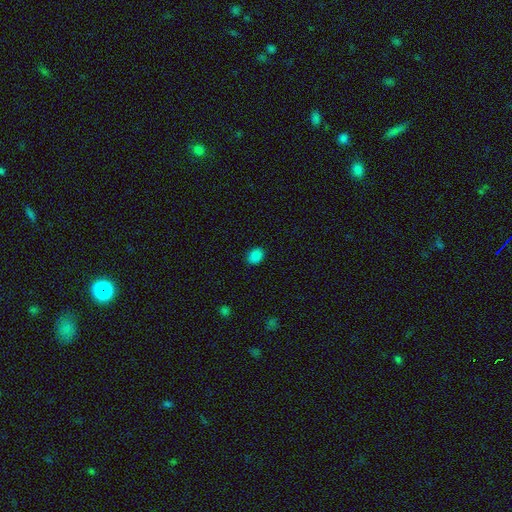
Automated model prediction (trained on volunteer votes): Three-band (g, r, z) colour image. It shows a smooth galaxy with no disk features (85%) that is in between round and cigar-shaped (66%). Merging: none (88%).